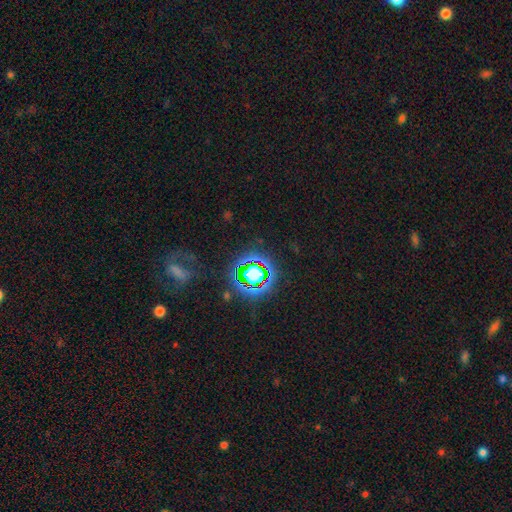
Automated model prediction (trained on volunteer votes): A star or artifact, not a galaxy (74%).